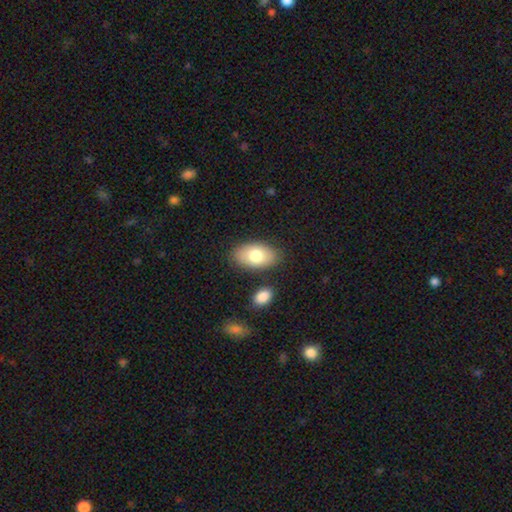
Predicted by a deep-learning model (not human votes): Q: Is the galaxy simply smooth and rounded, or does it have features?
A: smooth — 77%.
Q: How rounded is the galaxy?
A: in between — 92%.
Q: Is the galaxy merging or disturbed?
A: none — 81%.